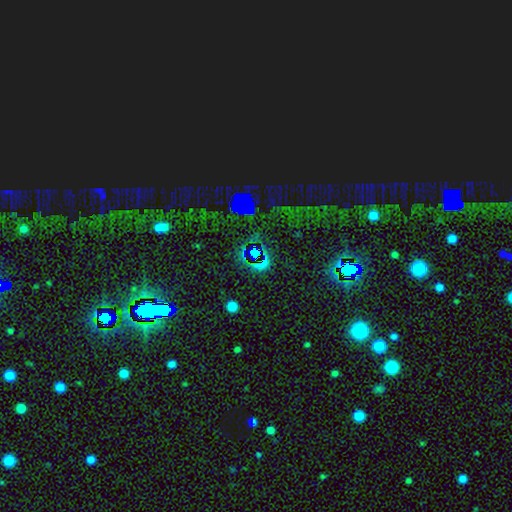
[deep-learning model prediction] Smooth or featured?
  - star or artifact: 73% *
  - smooth: 18%
  - featured or disk: 9%